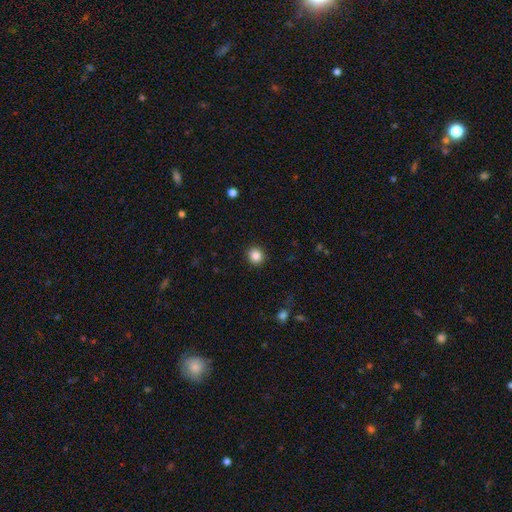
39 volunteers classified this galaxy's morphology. type=smooth (90%); roundness=round (89%); merging=none (89%).